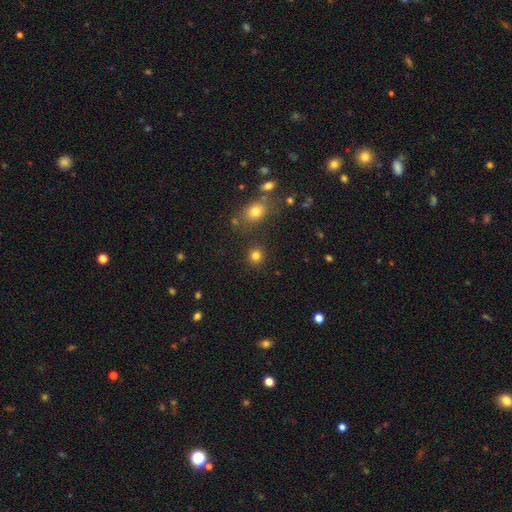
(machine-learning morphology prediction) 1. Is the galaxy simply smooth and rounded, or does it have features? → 81% smooth, 14% star or artifact, 5% featured or disk.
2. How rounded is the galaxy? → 89% round, 10% in between, 1% cigar-shaped.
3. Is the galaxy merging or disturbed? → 85% none, 7% minor disturbance, 5% merger, 3% major disturbance.